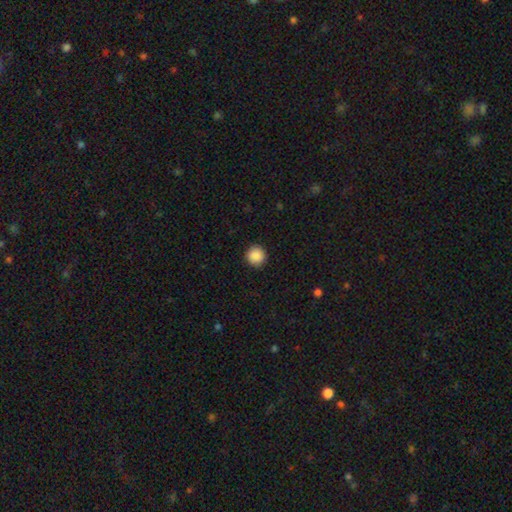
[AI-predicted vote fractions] Smooth or featured?
  - smooth: 89% *
  - star or artifact: 8%
  - featured or disk: 3%
How rounded?
  - round: 95% *
  - in between: 5%
  - cigar-shaped: 1%
Merging?
  - none: 92% *
  - minor disturbance: 5%
  - major disturbance: 2%
  - merger: 1%